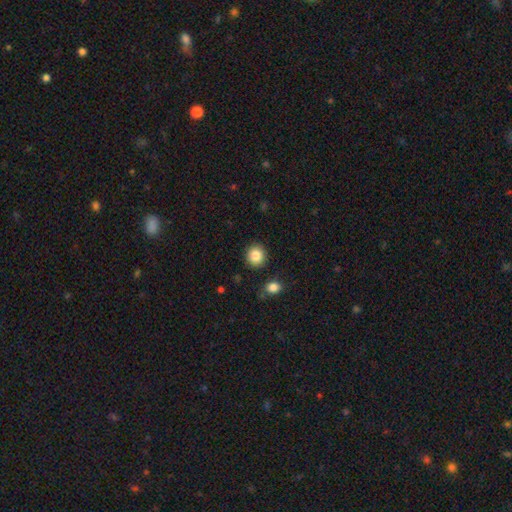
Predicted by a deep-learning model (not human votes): The model was most divided on "how rounded": round: 88%, in between: 11%, cigar-shaped: 1%. More confident: merging — none (89%); smooth or featured — smooth (86%).